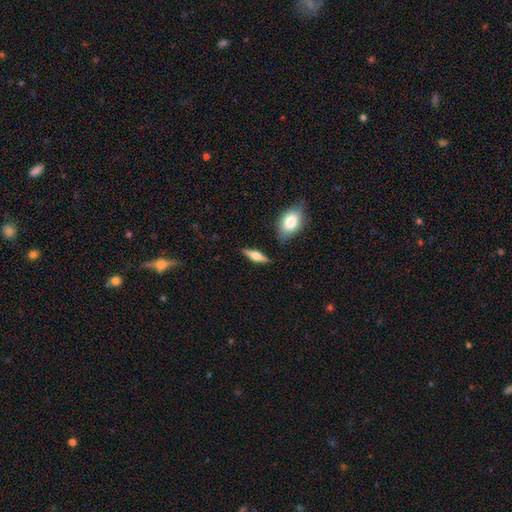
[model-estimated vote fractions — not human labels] A featured or disk galaxy (51%) viewed edge-on (94%). Merging: none (84%).